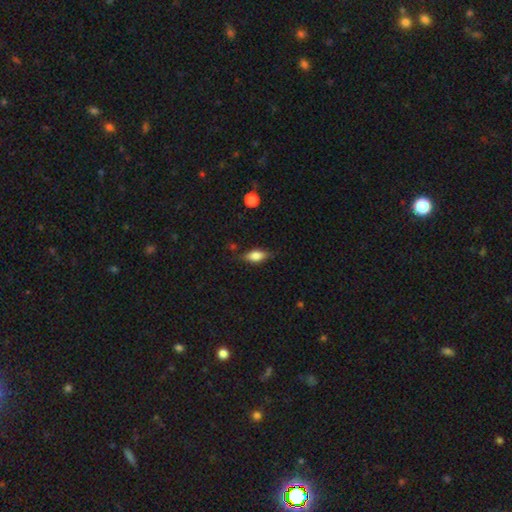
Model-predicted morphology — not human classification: This is likely a smooth galaxy (70%). How rounded: likely in between (79%). Merging: likely none (77%).